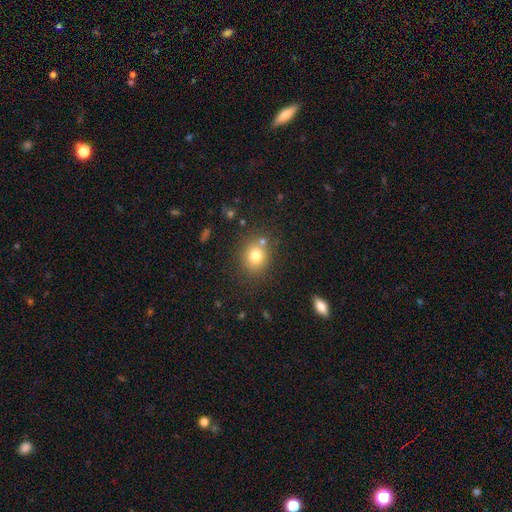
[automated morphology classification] A smooth galaxy with no disk features (77%) that is round (75%). Merging: none (71%).